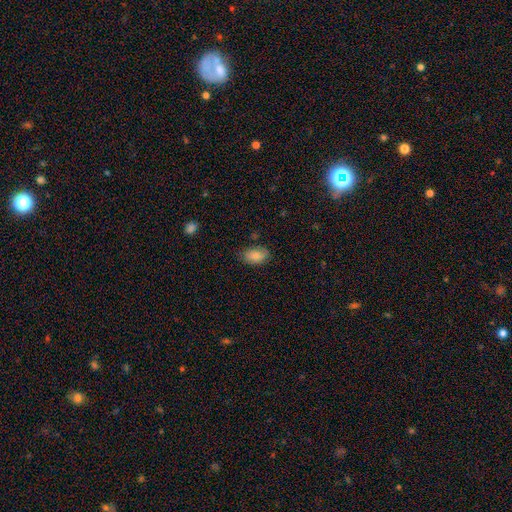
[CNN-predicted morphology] smooth-or-featured: smooth: 85% | star or artifact: 8% | featured or disk: 8%
  how-rounded: in between: 91% | round: 7% | cigar-shaped: 2%
  merging: none: 79% | minor disturbance: 16% | major disturbance: 3% | merger: 1%